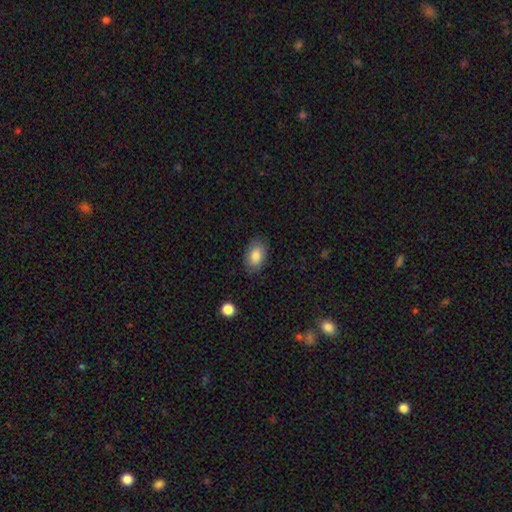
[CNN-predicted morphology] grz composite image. It shows a smooth galaxy with no disk features (83%) that is in between round and cigar-shaped (89%). Merging: none (84%).